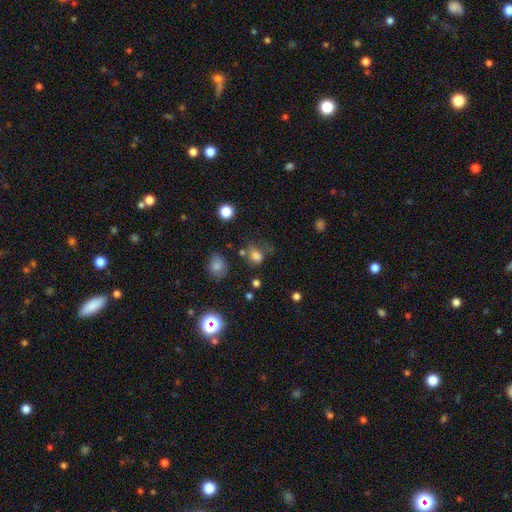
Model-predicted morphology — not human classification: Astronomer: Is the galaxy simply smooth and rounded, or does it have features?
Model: smooth — 73%.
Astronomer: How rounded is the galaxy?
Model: in between — 54% (runner-up: round, 44%).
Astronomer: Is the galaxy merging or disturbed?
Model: none — 48% (runner-up: minor disturbance, 24%).